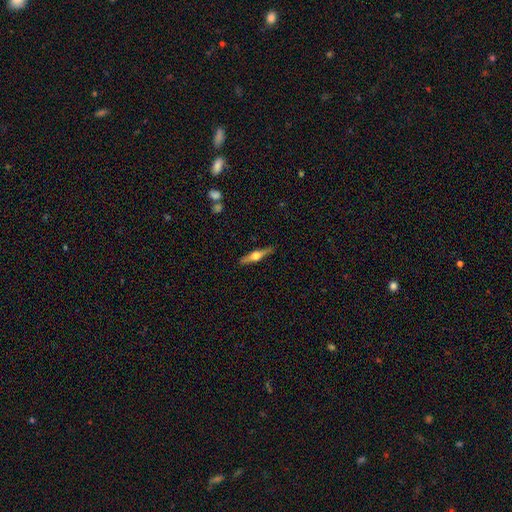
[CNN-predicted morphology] The model was most divided on "smooth or featured": featured or disk: 73%, smooth: 22%, star or artifact: 6%. More confident: edge-on disk — yes (98%); edge-on bulge — rounded (95%); merging — none (89%).